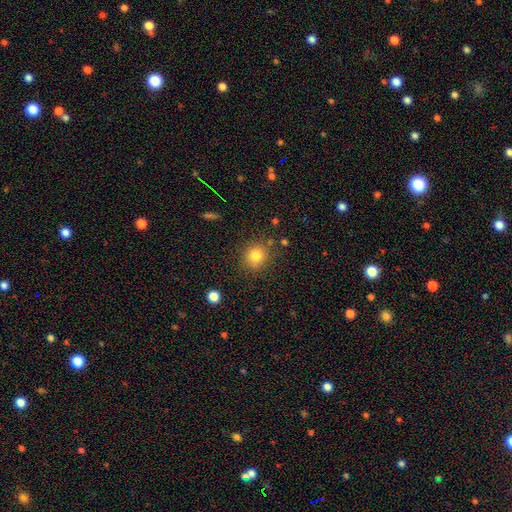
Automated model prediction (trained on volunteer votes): Morphology: type=smooth (81%); roundness=round (82%); merging=none (82%).